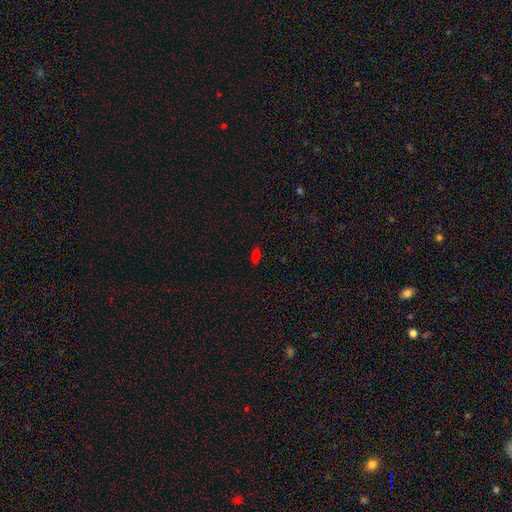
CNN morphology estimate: smooth_or_featured: smooth (p=0.73) [alt: star or artifact p=0.18]
how_rounded: in between (p=0.85) [alt: cigar-shaped p=0.10]
merging: none (p=0.86) [alt: minor disturbance p=0.10]